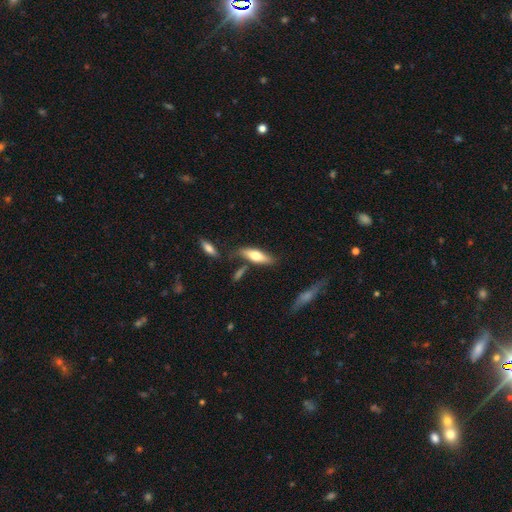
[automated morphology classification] A smooth galaxy with no disk features (60%) that is in between round and cigar-shaped (50%).

Vote fractions:
- Smooth or featured? smooth: 60% / featured or disk: 34% / star or artifact: 6%
- How rounded? in between: 50% / cigar-shaped: 48% / round: 2%
- Merging? none: 69% / minor disturbance: 17% / merger: 10% / major disturbance: 5%